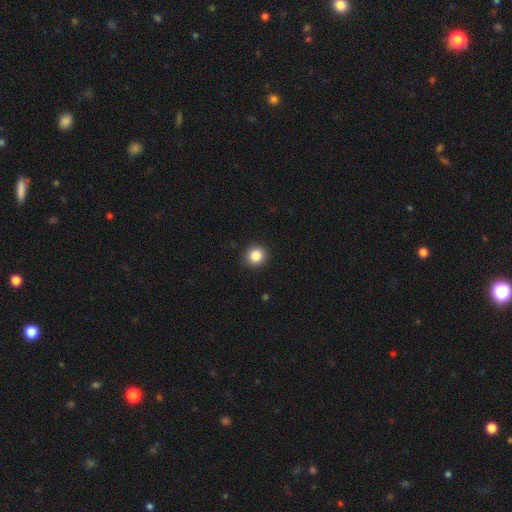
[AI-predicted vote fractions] Smooth or featured: smooth — 86% (star or artifact — 10%)
How rounded: round — 92% (in between — 7%)
Merging: none — 92% (minor disturbance — 6%)